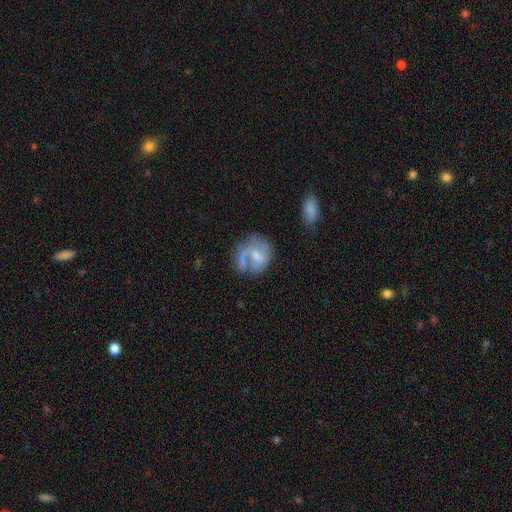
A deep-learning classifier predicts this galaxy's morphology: A featured or disk galaxy (60%) with a weak bar (45%), spiral arms (68%) and a moderate central bulge (43%).

Vote fractions:
- Smooth or featured? featured or disk: 60% / smooth: 33% / star or artifact: 8%
- Edge-on disk? no: 98% / yes: 2%
- Bar? weak: 45% / no: 43% / strong: 11%
- Spiral arms? yes: 68% / no: 32%
- Bulge size? moderate: 43% / small: 37% / none: 15% / large: 4% / dominant: 1%
- Merging? none: 41% / major disturbance: 28% / minor disturbance: 23% / merger: 8%